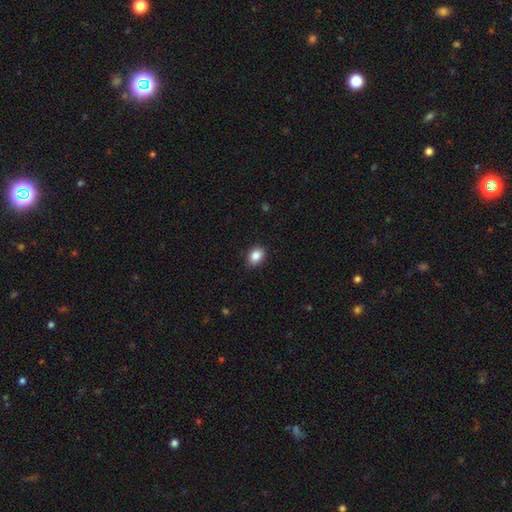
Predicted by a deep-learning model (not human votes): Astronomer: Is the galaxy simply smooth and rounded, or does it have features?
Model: smooth — 86%.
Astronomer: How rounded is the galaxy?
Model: in between — 67%.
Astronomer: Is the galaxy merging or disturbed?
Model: none — 86%.